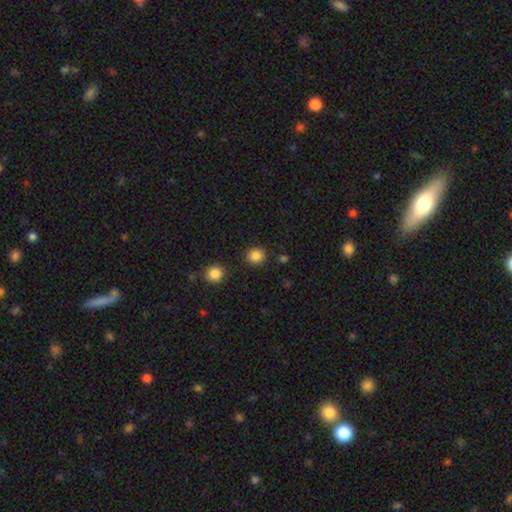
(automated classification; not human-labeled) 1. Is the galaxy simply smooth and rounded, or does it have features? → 86% smooth, 11% star or artifact, 3% featured or disk.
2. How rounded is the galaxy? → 88% round, 11% in between, 1% cigar-shaped.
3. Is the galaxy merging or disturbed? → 89% none, 6% minor disturbance, 3% merger, 2% major disturbance.